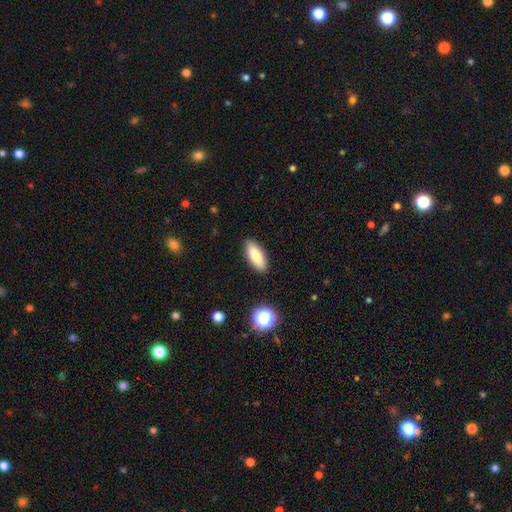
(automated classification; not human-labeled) A smooth galaxy with no disk features (79%) that is in between round and cigar-shaped (77%).

Vote fractions:
- Smooth or featured? smooth: 79% / featured or disk: 14% / star or artifact: 7%
- How rounded? in between: 77% / cigar-shaped: 20% / round: 2%
- Merging? none: 89% / minor disturbance: 8% / major disturbance: 2% / merger: 1%